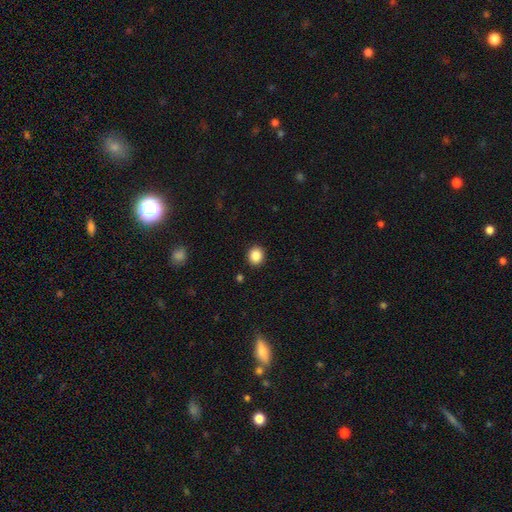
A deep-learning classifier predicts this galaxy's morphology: This appears to be a smooth galaxy with no disk features (86%) that is round (81%). Merging: none (91%).